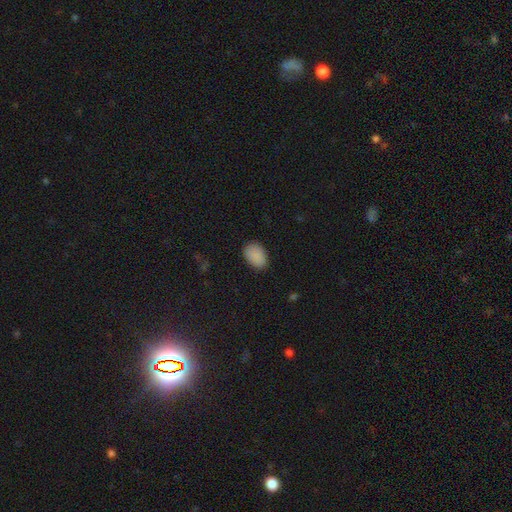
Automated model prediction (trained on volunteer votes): Morphology: type=smooth (89%); roundness=in between (87%); merging=none (84%).